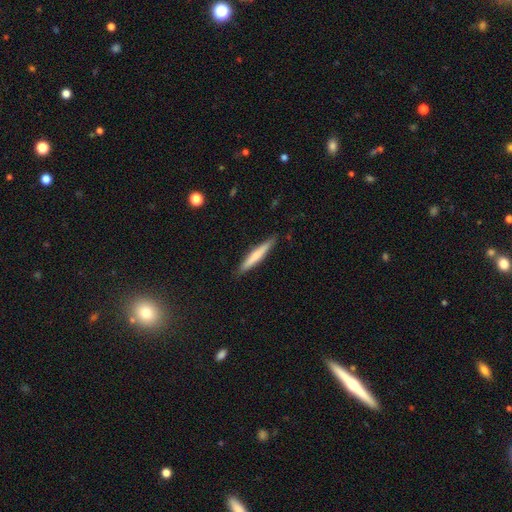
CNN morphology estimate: Smooth or featured: smooth — 63% (featured or disk — 31%)
How rounded: cigar-shaped — 94% (in between — 4%)
Merging: none — 89% (minor disturbance — 8%)